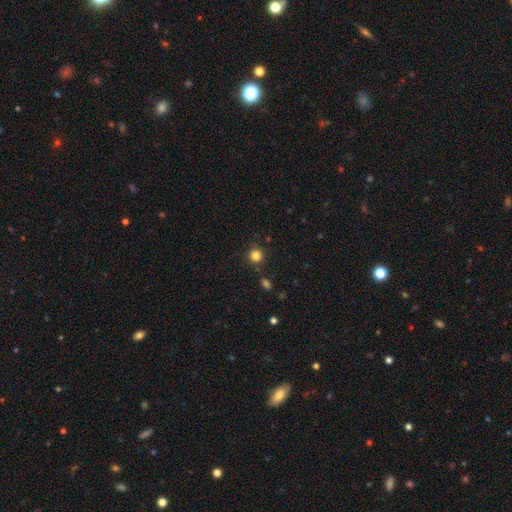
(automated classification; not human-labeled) This appears to be a smooth galaxy with no disk features (83%) that is round (93%). Merging: none (87%).